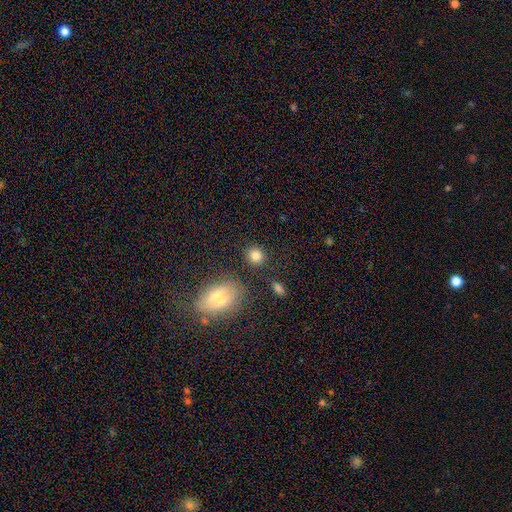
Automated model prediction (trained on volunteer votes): smooth-or-featured: smooth: 84% | star or artifact: 11% | featured or disk: 5%
  how-rounded: round: 81% | in between: 17% | cigar-shaped: 1%
  merging: none: 85% | minor disturbance: 8% | merger: 4% | major disturbance: 3%